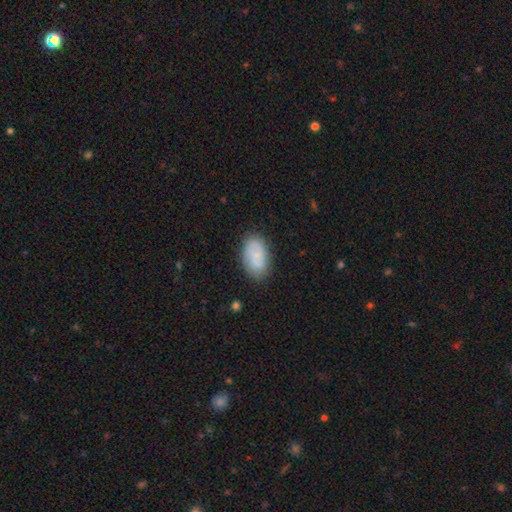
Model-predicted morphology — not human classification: A smooth galaxy with no disk features (70%) that is in between round and cigar-shaped (92%). Merging: none (81%).